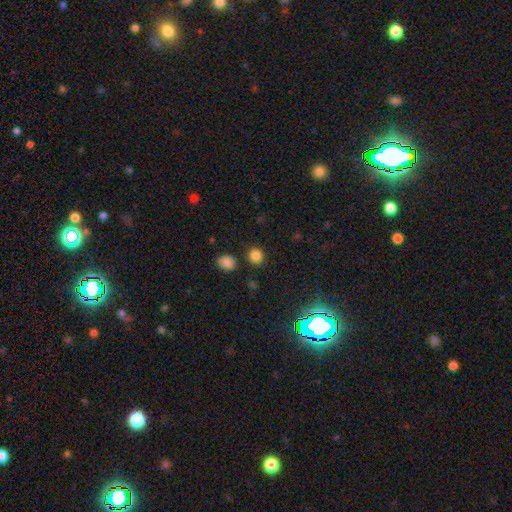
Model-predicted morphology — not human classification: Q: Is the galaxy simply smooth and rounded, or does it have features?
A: smooth — 82%.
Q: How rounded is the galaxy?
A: round — 86%.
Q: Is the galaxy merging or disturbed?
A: none — 85%.